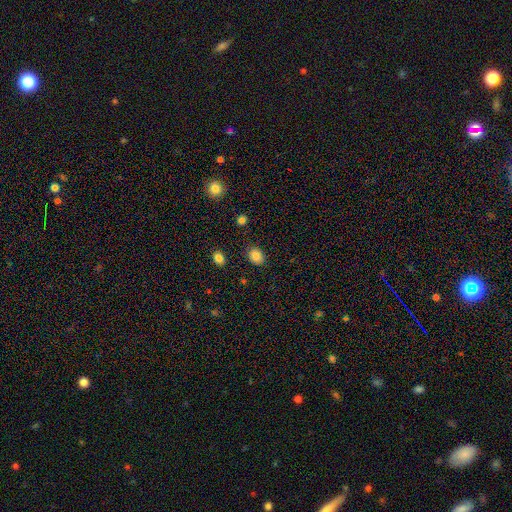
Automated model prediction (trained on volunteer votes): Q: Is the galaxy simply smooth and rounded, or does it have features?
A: smooth — 86%.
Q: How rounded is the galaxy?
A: in between — 58%.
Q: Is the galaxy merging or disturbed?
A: none — 85%.